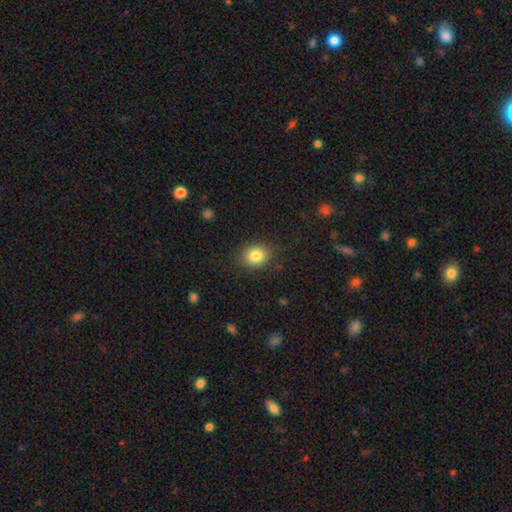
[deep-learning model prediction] Smooth or featured: smooth — 83% (star or artifact — 10%)
How rounded: round — 55% (in between — 44%)
Merging: none — 82% (minor disturbance — 13%)